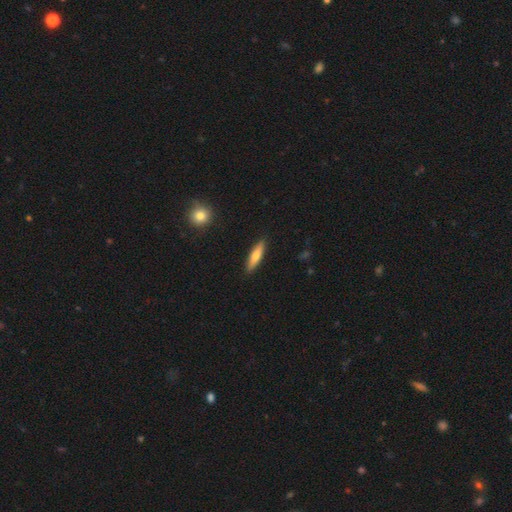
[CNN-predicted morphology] Q: Smooth or featured?
A: smooth (69%); runner-up: featured or disk (25%)
Q: How rounded?
A: cigar-shaped (75%); runner-up: in between (23%)
Q: Merging?
A: none (89%); runner-up: minor disturbance (8%)